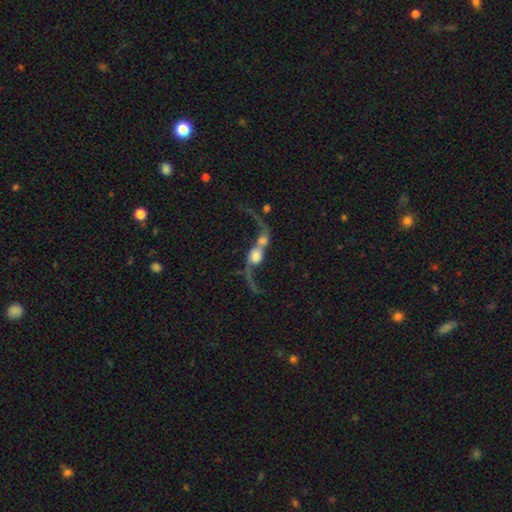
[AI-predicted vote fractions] This is likely a featured or disk galaxy (71%). It is clearly not viewed edge-on (89%). Bar: likely no (67%). Spiral arm pattern: clearly yes (83%). Spiral arm count: clearly 2 (82%). Spiral winding: clearly loose (94%). Central bulge: marginally large (37%). Merging: likely merger (67%).